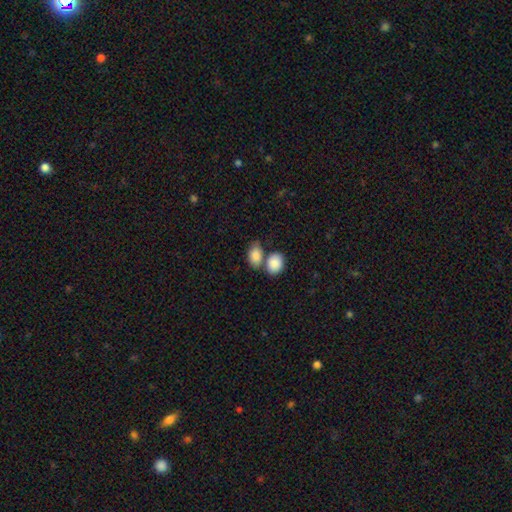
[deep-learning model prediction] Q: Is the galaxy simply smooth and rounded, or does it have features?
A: smooth — 87%.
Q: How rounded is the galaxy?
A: in between — 82%.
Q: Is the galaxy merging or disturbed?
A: merger — 44%.